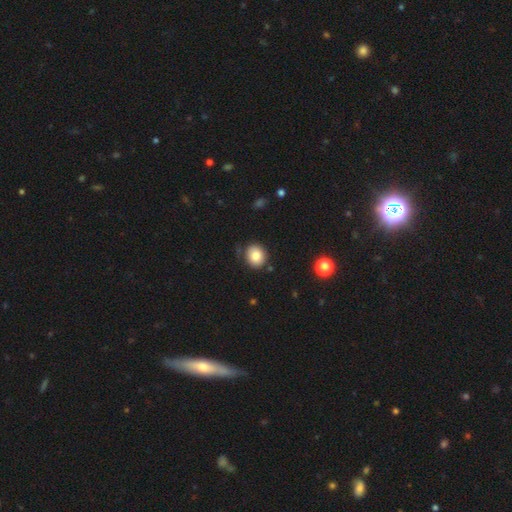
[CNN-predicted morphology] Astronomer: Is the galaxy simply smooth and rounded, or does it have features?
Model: smooth — 83%.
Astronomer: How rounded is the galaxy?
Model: round — 72%.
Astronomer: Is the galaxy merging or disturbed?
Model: none — 82%.